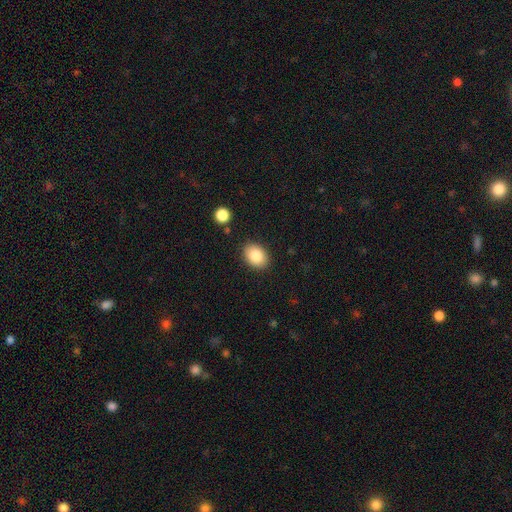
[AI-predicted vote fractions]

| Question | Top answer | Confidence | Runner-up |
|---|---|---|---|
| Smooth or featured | smooth | 84% | star or artifact (8%) |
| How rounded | in between | 71% | round (28%) |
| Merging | none | 88% | minor disturbance (8%) |